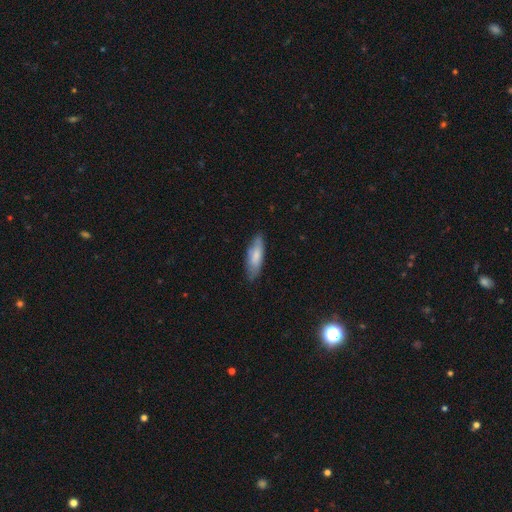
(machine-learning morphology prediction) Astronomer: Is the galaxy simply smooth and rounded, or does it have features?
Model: smooth — 76%.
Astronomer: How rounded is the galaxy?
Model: in between — 55% (runner-up: cigar-shaped, 44%).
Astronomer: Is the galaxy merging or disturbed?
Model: none — 78%.